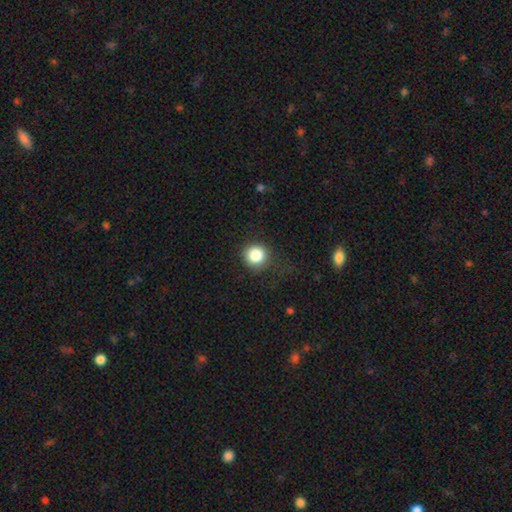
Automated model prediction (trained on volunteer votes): smooth 85%, star or artifact 11%, featured or disk 5%. Down the decision tree: how rounded — round (93%); merging — none (79%).